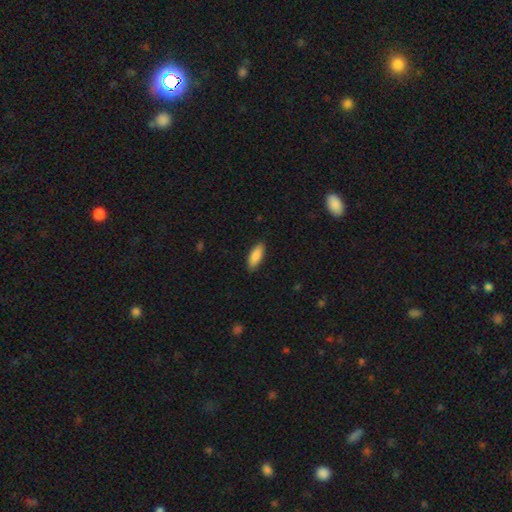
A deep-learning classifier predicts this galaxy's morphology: Overall: smooth (88%). How rounded: in between (73%). Merging: none (87%).